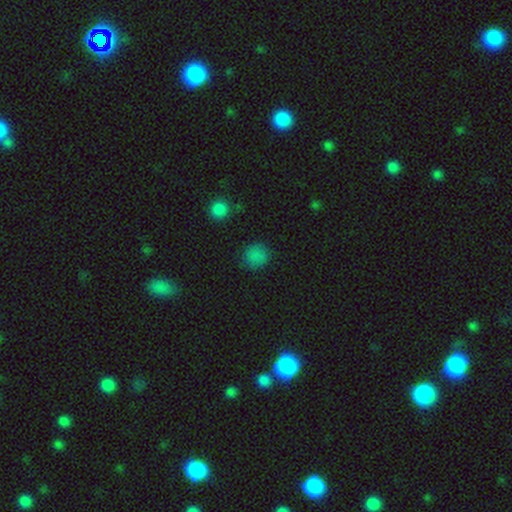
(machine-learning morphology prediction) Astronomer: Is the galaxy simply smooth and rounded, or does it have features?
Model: smooth — 82%.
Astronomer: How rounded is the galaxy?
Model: round — 89%.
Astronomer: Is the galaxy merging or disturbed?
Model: none — 84%.